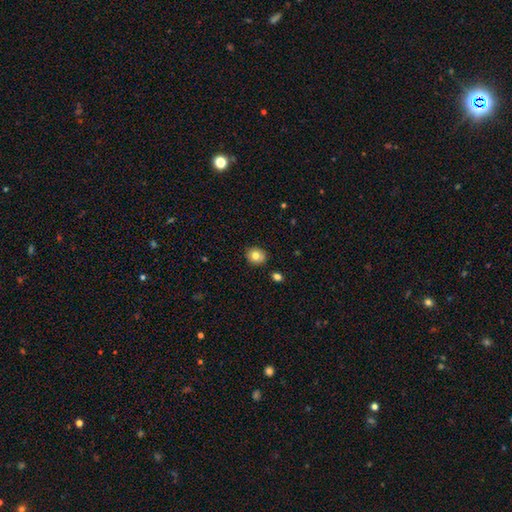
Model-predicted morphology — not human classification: type=smooth (79%); roundness=round (76%); merging=none (86%).